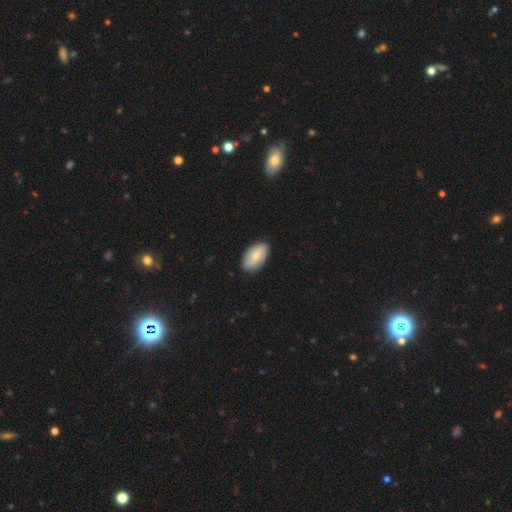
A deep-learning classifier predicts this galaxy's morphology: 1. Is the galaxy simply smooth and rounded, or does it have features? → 65% smooth, 29% featured or disk, 6% star or artifact.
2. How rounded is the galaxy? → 94% in between, 4% round, 2% cigar-shaped.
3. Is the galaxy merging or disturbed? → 86% none, 11% minor disturbance, 2% major disturbance, 1% merger.